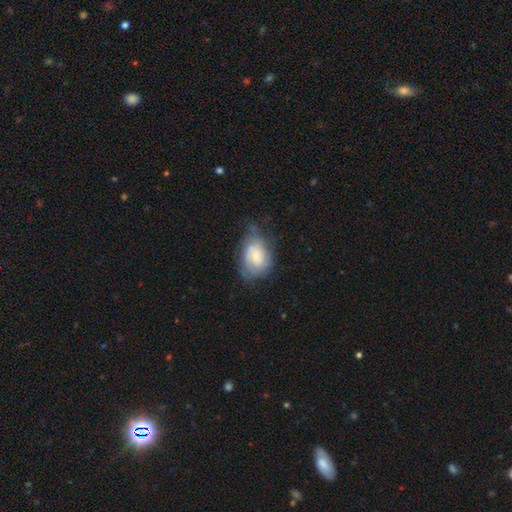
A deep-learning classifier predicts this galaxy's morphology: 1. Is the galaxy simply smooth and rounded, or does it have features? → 48% featured or disk, 44% smooth, 8% star or artifact.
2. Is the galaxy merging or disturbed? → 45% none, 33% minor disturbance, 19% major disturbance, 3% merger.